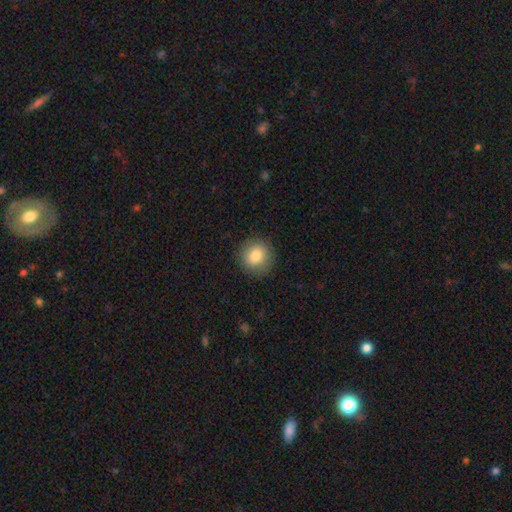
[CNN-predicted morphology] Q: Smooth or featured?
A: smooth (82%); runner-up: featured or disk (9%)
Q: How rounded?
A: round (89%); runner-up: in between (10%)
Q: Merging?
A: none (87%); runner-up: minor disturbance (9%)